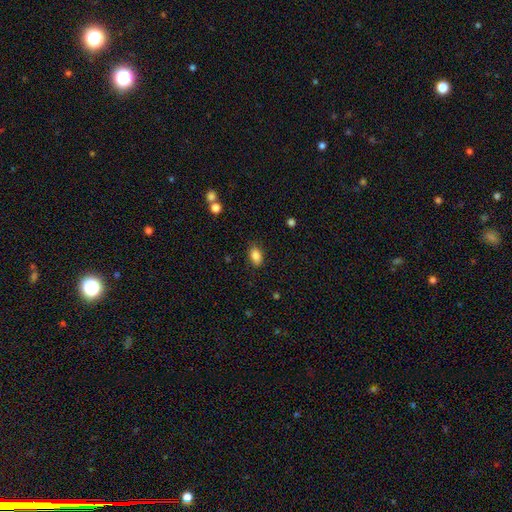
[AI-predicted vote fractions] Smooth or featured? smooth (86%)
How rounded? in between (86%)
Merging? none (82%)